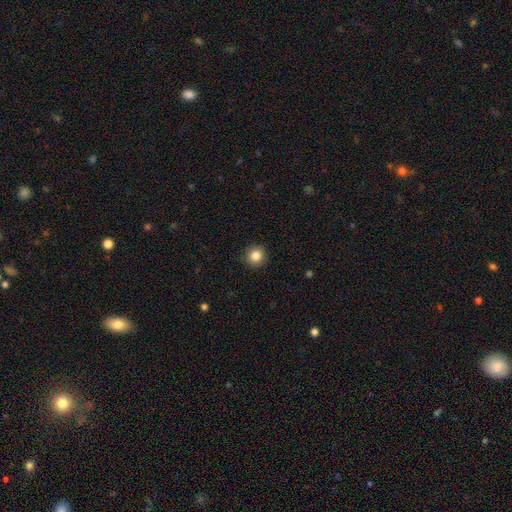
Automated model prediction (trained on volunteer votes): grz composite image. It shows a smooth galaxy with no disk features (84%) that is round (93%). Merging: none (91%).